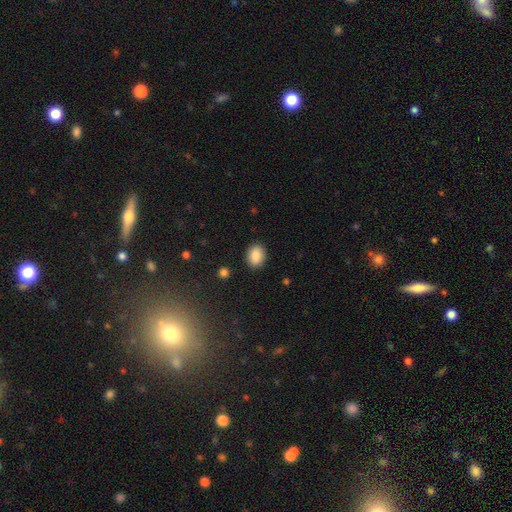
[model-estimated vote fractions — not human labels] The model was most divided on "how rounded": in between: 69%, round: 30%, cigar-shaped: 1%. More confident: merging — none (89%); smooth or featured — smooth (87%).